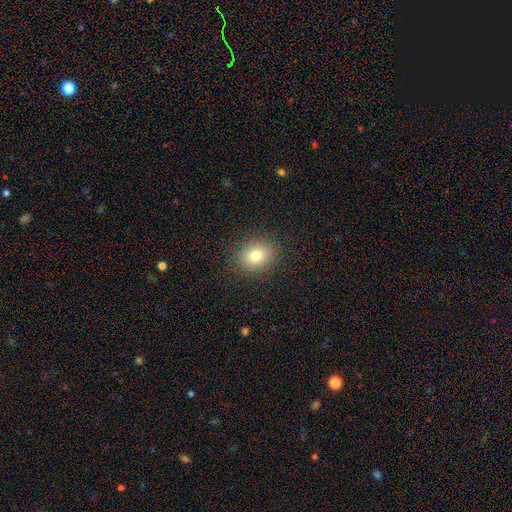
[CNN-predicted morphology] Smooth or featured?
  - smooth: 77% *
  - star or artifact: 13%
  - featured or disk: 11%
How rounded?
  - round: 58% *
  - in between: 41%
  - cigar-shaped: 1%
Merging?
  - none: 88% *
  - minor disturbance: 8%
  - major disturbance: 3%
  - merger: 1%